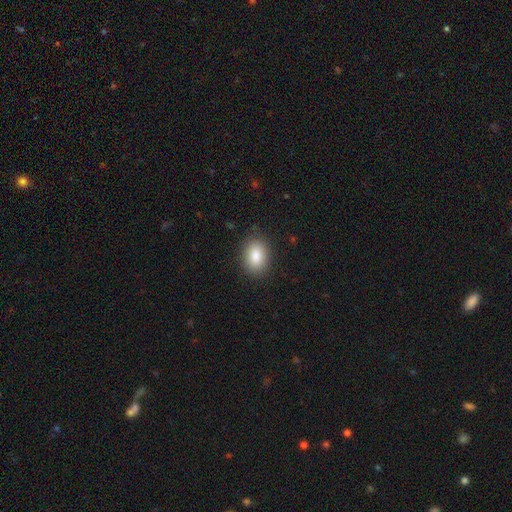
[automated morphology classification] smooth-or-featured: smooth: 87% | star or artifact: 7% | featured or disk: 6%
  how-rounded: in between: 84% | round: 15% | cigar-shaped: 1%
  merging: none: 86% | minor disturbance: 10% | major disturbance: 3% | merger: 1%